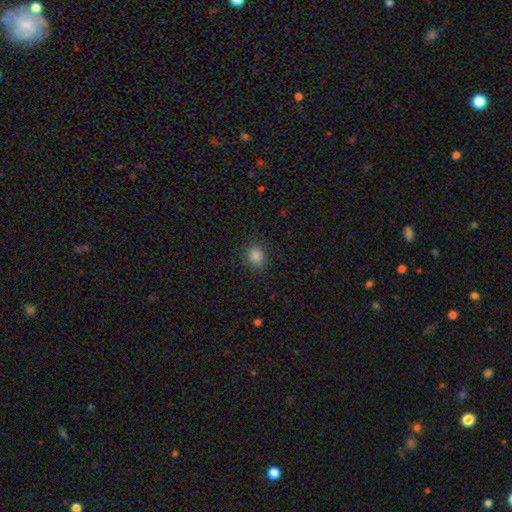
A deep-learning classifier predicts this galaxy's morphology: This is clearly a smooth galaxy (84%). How rounded: likely round (74%). Merging: clearly none (88%).